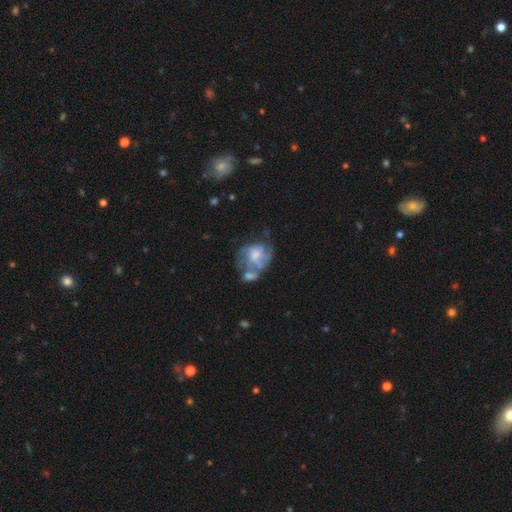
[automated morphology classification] type=featured or disk (65%); edge-on=no (98%); bar=no (64%); spiral arms=yes (65%); bulge=moderate (33%); merging=none (28%, tied with major disturbance).